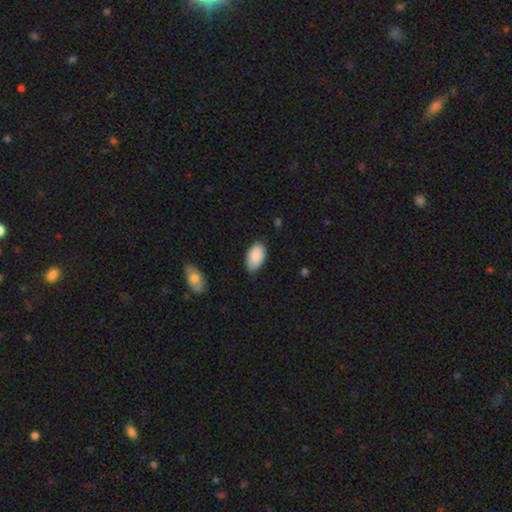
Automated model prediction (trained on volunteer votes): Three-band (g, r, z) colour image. It shows a smooth galaxy with no disk features (89%) that is in between round and cigar-shaped (95%). Merging: none (73%).